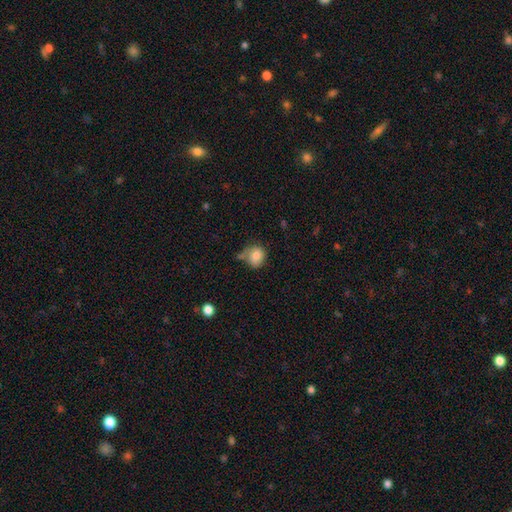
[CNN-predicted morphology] This is clearly a smooth galaxy (82%). How rounded: likely round (74%). Merging: possibly none (51%).